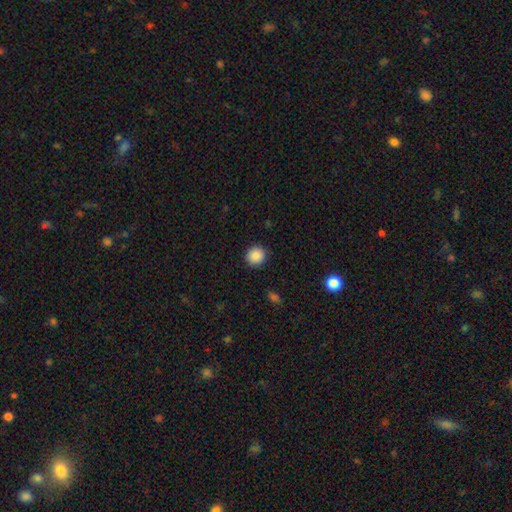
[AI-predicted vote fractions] smooth-or-featured: smooth: 88% | star or artifact: 9% | featured or disk: 3%
  how-rounded: round: 90% | in between: 9% | cigar-shaped: 1%
  merging: none: 91% | minor disturbance: 6% | major disturbance: 2% | merger: 1%